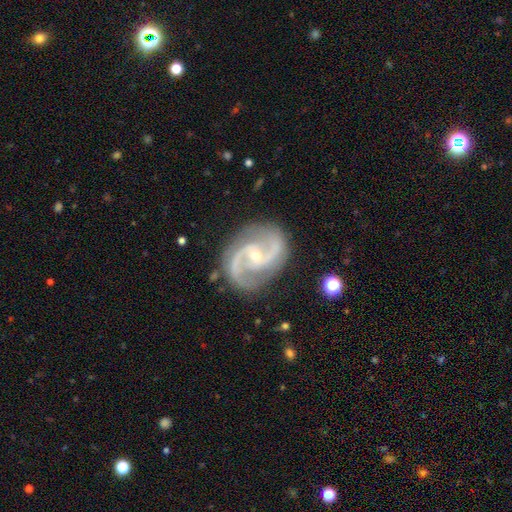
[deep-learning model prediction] The model was most divided on "bar": no: 44%, weak: 38%, strong: 18%. More confident: spiral arms — yes (98%); edge-on disk — no (98%); spiral arm count — 2 (94%); smooth or featured — featured or disk (93%); merging — none (82%); bulge size — small (66%); spiral winding — medium (63%).